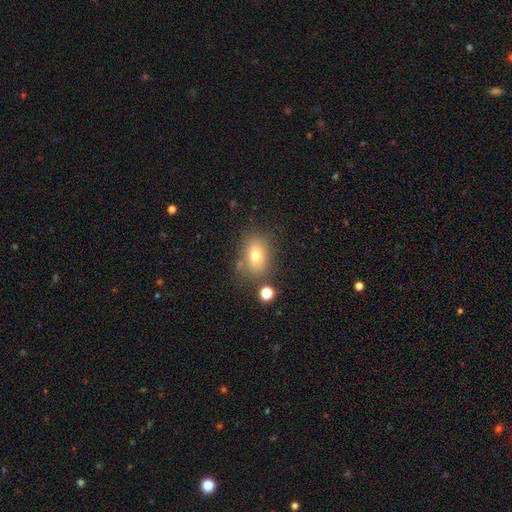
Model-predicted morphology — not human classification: Smooth or featured? Predicted: smooth (p=0.72). How rounded? Predicted: in between (p=0.73). Merging? Predicted: none (p=0.70).